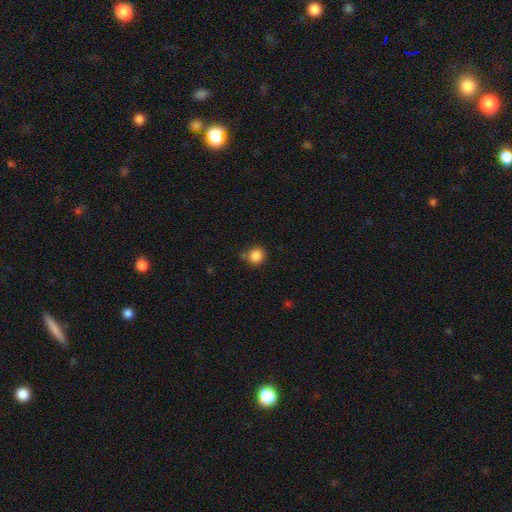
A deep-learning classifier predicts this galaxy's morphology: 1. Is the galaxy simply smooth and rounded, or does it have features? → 86% smooth, 10% star or artifact, 4% featured or disk.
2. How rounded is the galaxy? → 88% round, 11% in between, 1% cigar-shaped.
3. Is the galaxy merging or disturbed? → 75% none, 15% minor disturbance, 7% merger, 4% major disturbance.